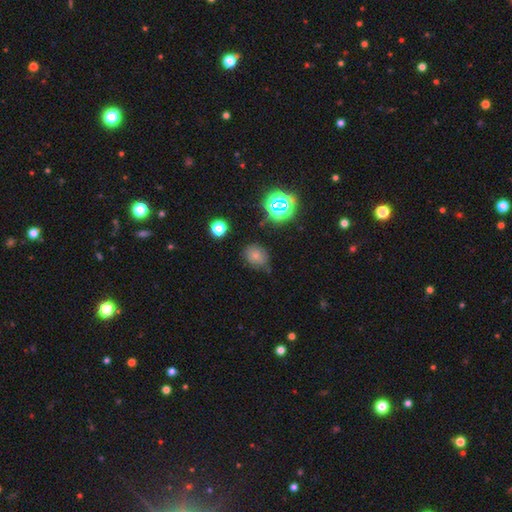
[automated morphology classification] Smooth or featured? smooth (67%)
How rounded? round (51%)
Merging? none (68%)